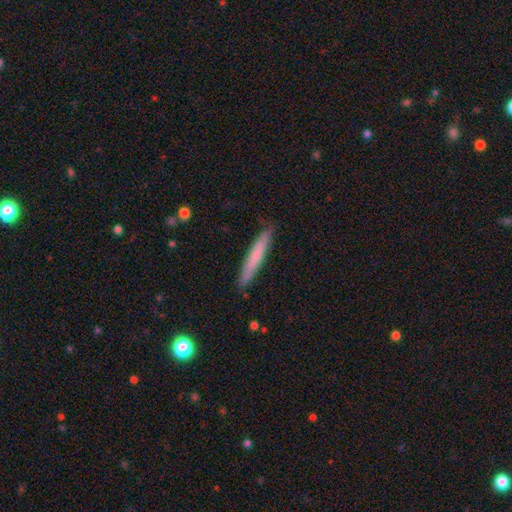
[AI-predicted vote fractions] smooth-or-featured: smooth: 67% | featured or disk: 27% | star or artifact: 6%
  how-rounded: cigar-shaped: 95% | in between: 4% | round: 1%
  merging: none: 89% | minor disturbance: 9% | major disturbance: 2% | merger: 1%